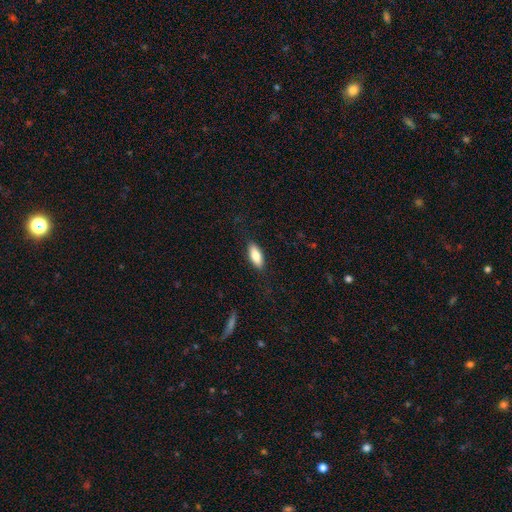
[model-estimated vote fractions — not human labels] Smooth or featured: smooth — 82% (featured or disk — 12%)
How rounded: in between — 78% (cigar-shaped — 20%)
Merging: none — 86% (minor disturbance — 10%)